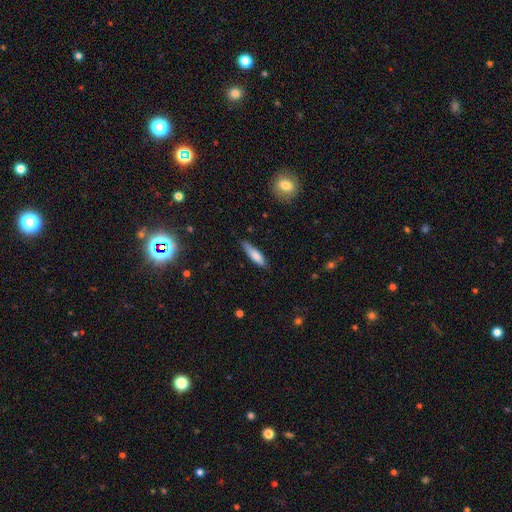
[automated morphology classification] Overall: smooth (75%). How rounded: cigar-shaped (70%). Merging: none (68%).